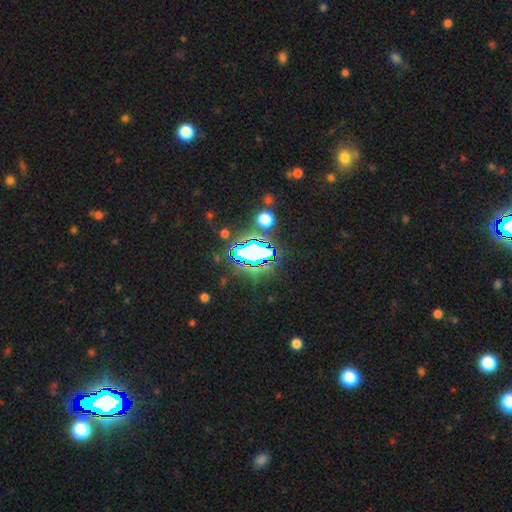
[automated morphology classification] Smooth or featured? Predicted: star or artifact (p=0.70).